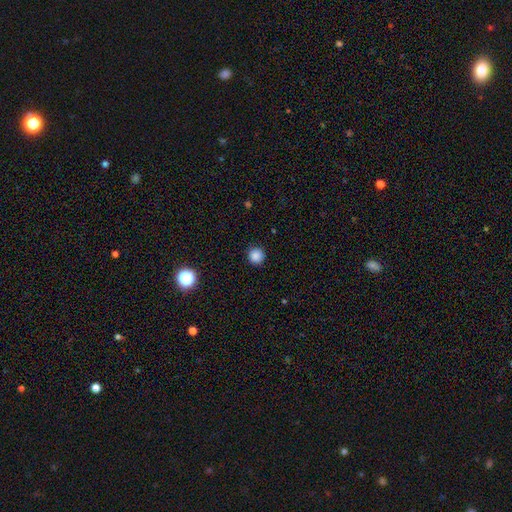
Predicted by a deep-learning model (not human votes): smooth 85%, star or artifact 12%, featured or disk 3%. Down the decision tree: how rounded — round (95%); merging — none (91%).